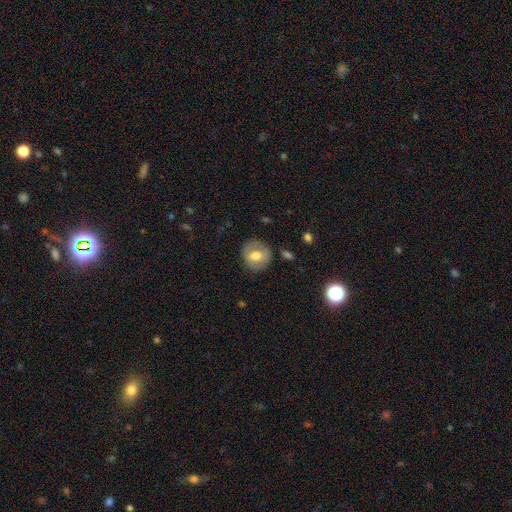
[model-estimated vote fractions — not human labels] The model was most divided on "smooth or featured": smooth: 61%, featured or disk: 31%, star or artifact: 8%. More confident: how rounded — round (87%); merging — none (82%).